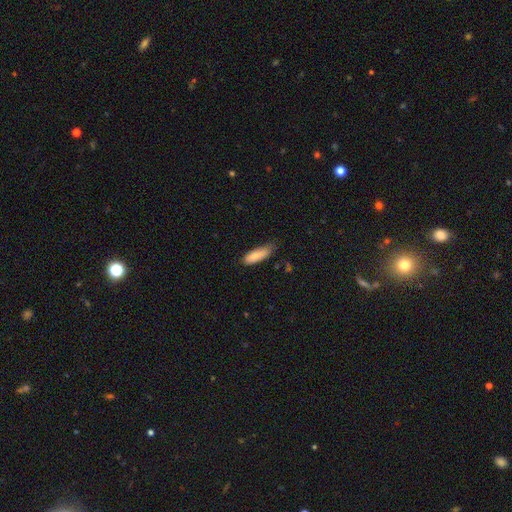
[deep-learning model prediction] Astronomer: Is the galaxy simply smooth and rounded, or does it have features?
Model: smooth — 86%.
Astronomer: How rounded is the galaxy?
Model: in between — 57% (runner-up: cigar-shaped, 41%).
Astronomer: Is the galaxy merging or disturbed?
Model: none — 58% (runner-up: minor disturbance, 35%).